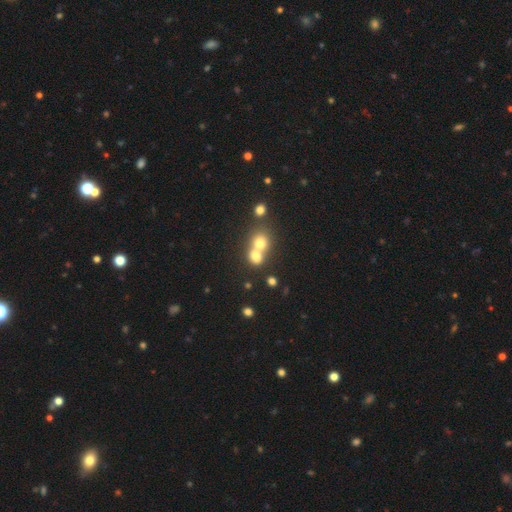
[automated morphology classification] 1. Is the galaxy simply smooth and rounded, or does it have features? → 72% smooth, 15% featured or disk, 13% star or artifact.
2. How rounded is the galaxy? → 69% round, 30% in between, 1% cigar-shaped.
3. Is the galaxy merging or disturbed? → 66% merger, 26% none, 5% minor disturbance, 3% major disturbance.